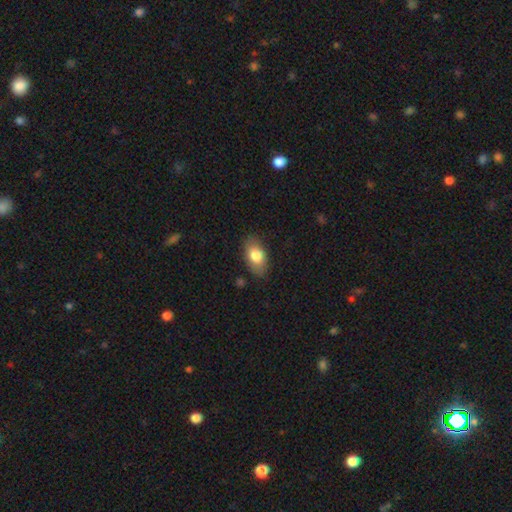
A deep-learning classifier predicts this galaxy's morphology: Smooth or featured?
  - smooth: 80% *
  - featured or disk: 13%
  - star or artifact: 7%
How rounded?
  - in between: 91% *
  - round: 7%
  - cigar-shaped: 2%
Merging?
  - none: 82% *
  - minor disturbance: 13%
  - major disturbance: 3%
  - merger: 1%